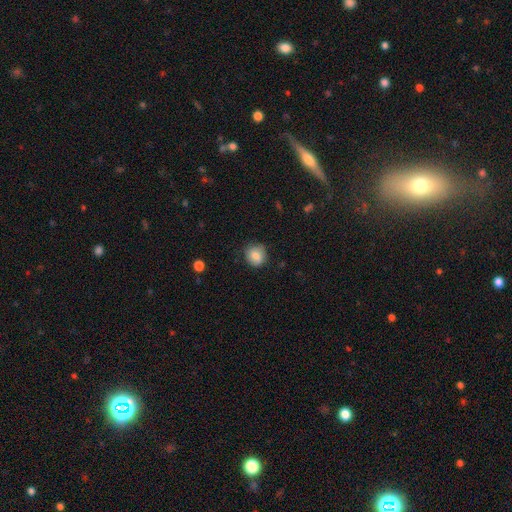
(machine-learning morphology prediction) Smooth or featured: smooth — 81% (featured or disk — 10%)
How rounded: round — 80% (in between — 19%)
Merging: none — 75% (minor disturbance — 19%)